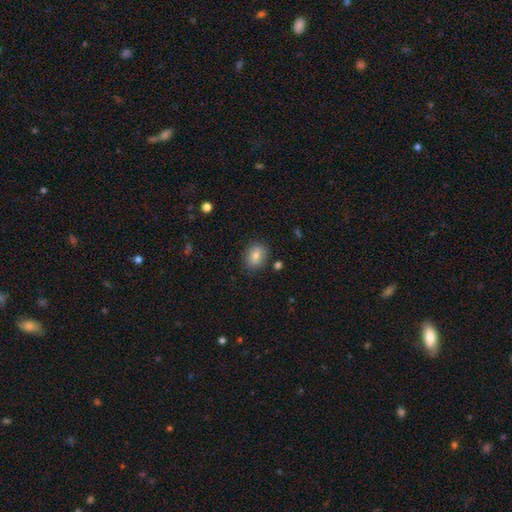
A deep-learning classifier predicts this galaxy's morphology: This appears to be a smooth galaxy with no disk features (80%) that is in between round and cigar-shaped (51%). Merging: none (82%).